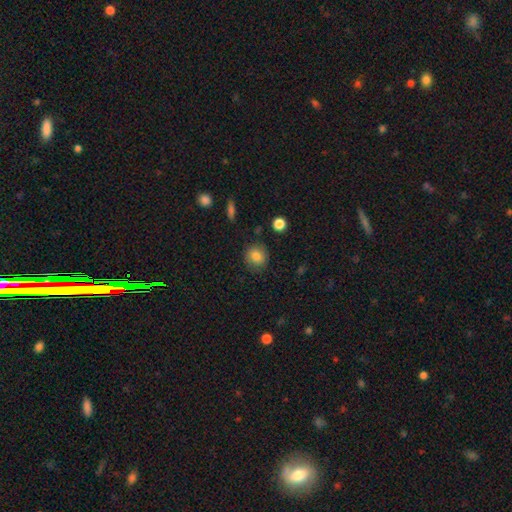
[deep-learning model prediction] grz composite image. It shows a smooth galaxy with no disk features (82%) that is round (89%). Merging: none (87%).